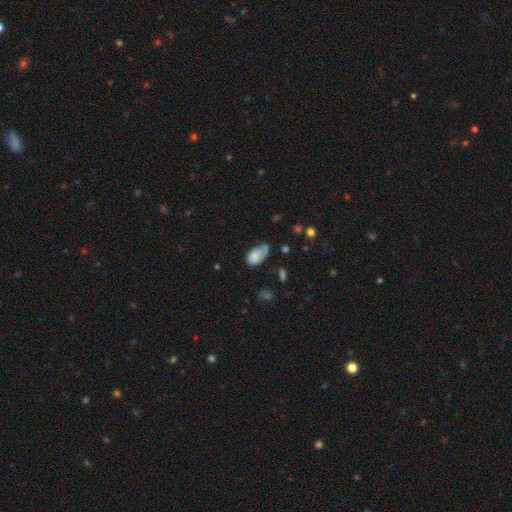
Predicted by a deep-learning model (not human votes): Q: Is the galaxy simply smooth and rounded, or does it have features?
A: smooth — 76%.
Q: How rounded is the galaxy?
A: in between — 90%.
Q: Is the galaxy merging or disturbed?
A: minor disturbance — 38%.